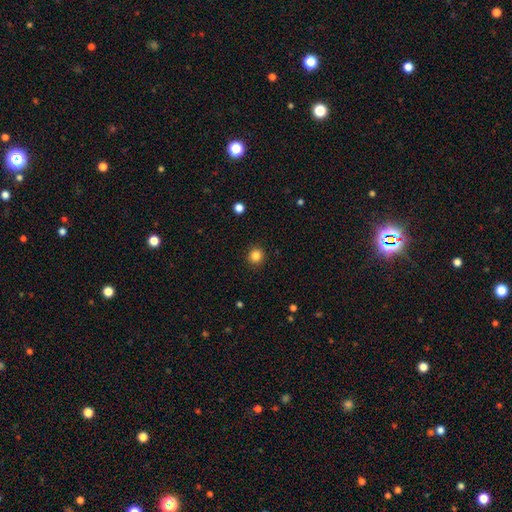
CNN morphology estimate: Smooth or featured: smooth — 84% (star or artifact — 12%)
How rounded: round — 93% (in between — 6%)
Merging: none — 92% (minor disturbance — 5%)